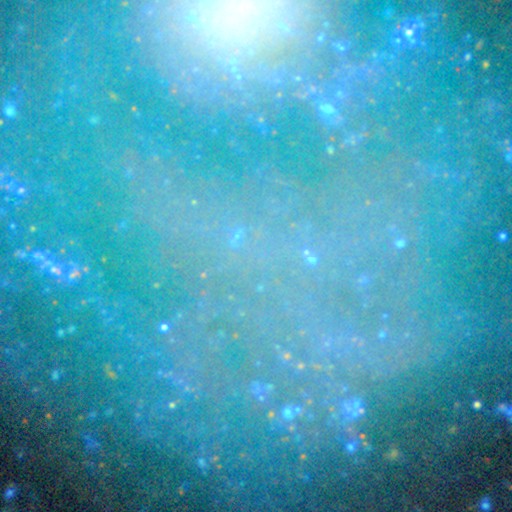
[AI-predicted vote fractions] Overall: star or artifact (58%; featured or disk 28%).